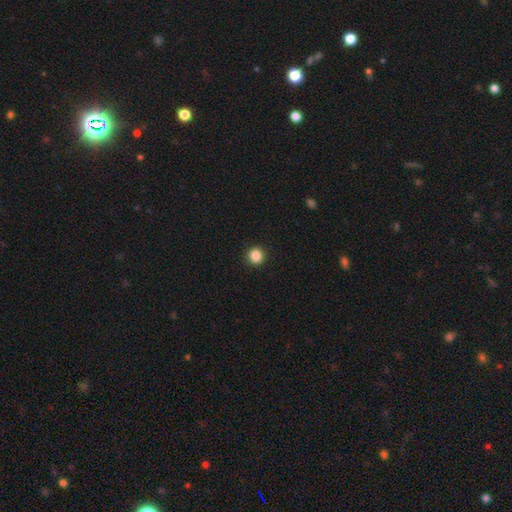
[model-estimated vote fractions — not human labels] A smooth galaxy with no disk features (86%) that is round (92%). Merging: none (93%).